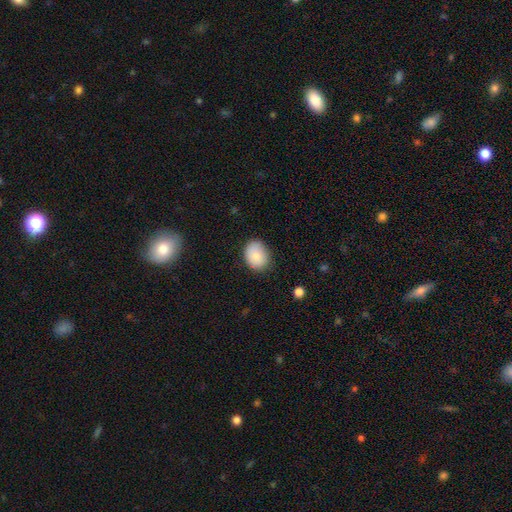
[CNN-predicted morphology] Smooth or featured?
  - smooth: 86% *
  - star or artifact: 8%
  - featured or disk: 6%
How rounded?
  - in between: 63% *
  - round: 37%
  - cigar-shaped: 1%
Merging?
  - none: 80% *
  - minor disturbance: 16%
  - major disturbance: 3%
  - merger: 1%